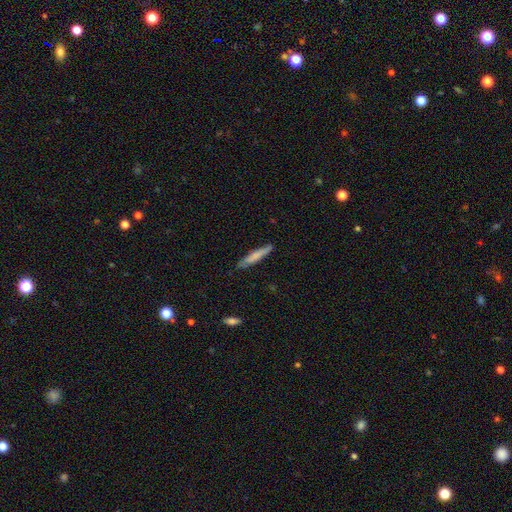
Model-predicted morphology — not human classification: smooth_or_featured: smooth (p=0.71) [alt: featured or disk p=0.23]
how_rounded: cigar-shaped (p=0.92) [alt: in between p=0.06]
merging: none (p=0.81) [alt: minor disturbance p=0.15]